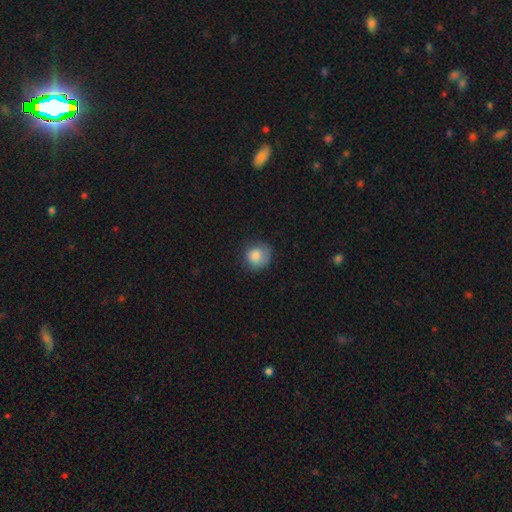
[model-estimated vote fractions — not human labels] Overall: smooth (83%). How rounded: round (82%). Merging: none (65%).